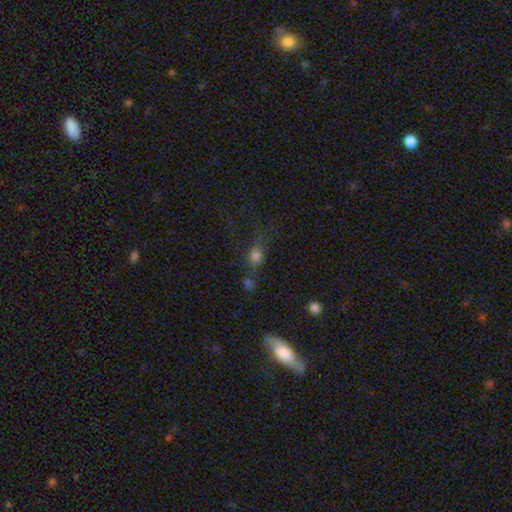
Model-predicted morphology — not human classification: Smooth or featured: smooth — 67% (star or artifact — 22%)
How rounded: round — 53% (in between — 41%)
Merging: none — 53% (minor disturbance — 18%)